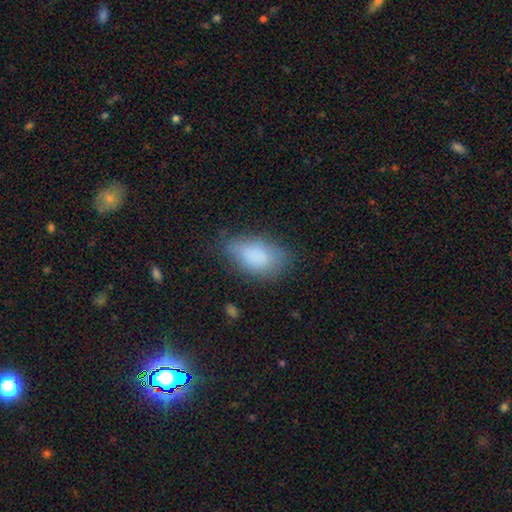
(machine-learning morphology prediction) type=smooth (84%); roundness=in between (91%); merging=none (62%).